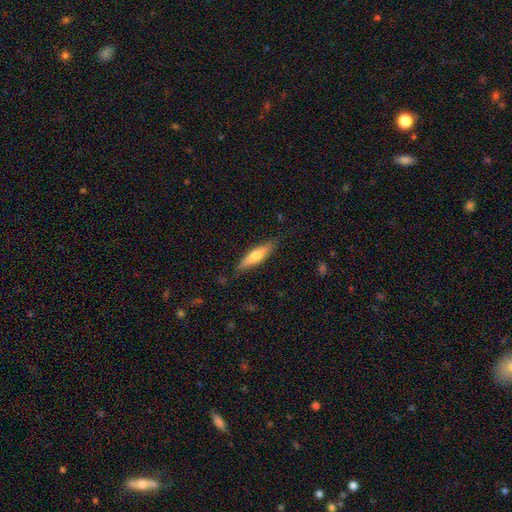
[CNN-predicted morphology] smooth-or-featured: smooth: 60% | featured or disk: 34% | star or artifact: 6%
  how-rounded: cigar-shaped: 69% | in between: 29% | round: 2%
  merging: none: 81% | minor disturbance: 15% | major disturbance: 3% | merger: 1%